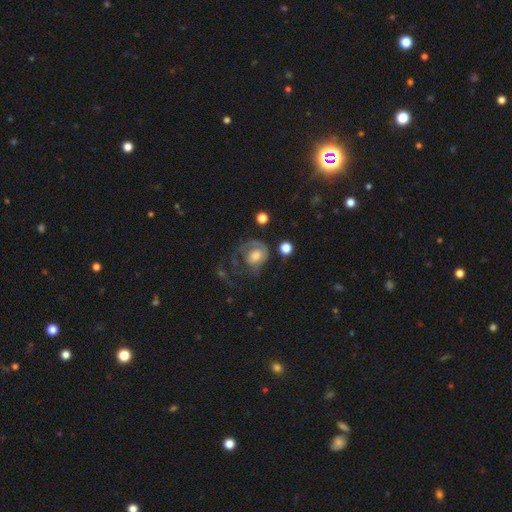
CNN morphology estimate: Q: Smooth or featured?
A: featured or disk (56%); runner-up: smooth (36%)
Q: Edge-on disk?
A: no (97%); runner-up: yes (3%)
Q: Bar?
A: no (76%); runner-up: weak (20%)
Q: Spiral arms?
A: yes (65%); runner-up: no (35%)
Q: Bulge size?
A: moderate (47%); runner-up: large (26%)
Q: Merging?
A: major disturbance (50%); runner-up: none (28%)